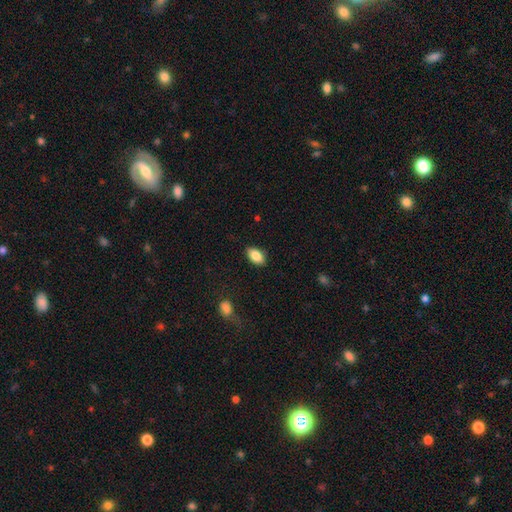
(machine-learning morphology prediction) Smooth or featured? Predicted: smooth (p=0.86). How rounded? Predicted: in between (p=0.92). Merging? Predicted: none (p=0.87).